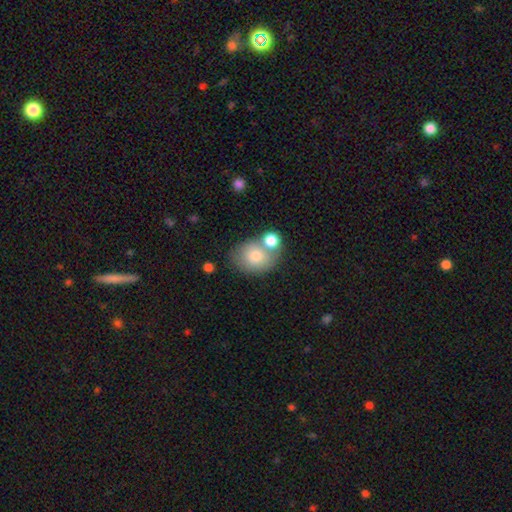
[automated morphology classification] Q: Smooth or featured?
A: smooth (76%); runner-up: featured or disk (15%)
Q: How rounded?
A: in between (51%); runner-up: round (48%)
Q: Merging?
A: none (49%); runner-up: merger (33%)